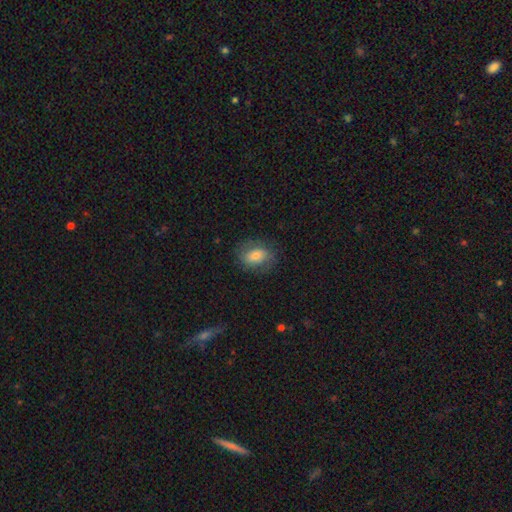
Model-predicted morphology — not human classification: Smooth or featured?
  - smooth: 71% *
  - featured or disk: 20%
  - star or artifact: 9%
How rounded?
  - in between: 65% *
  - round: 33%
  - cigar-shaped: 2%
Merging?
  - none: 76% *
  - minor disturbance: 16%
  - major disturbance: 7%
  - merger: 1%